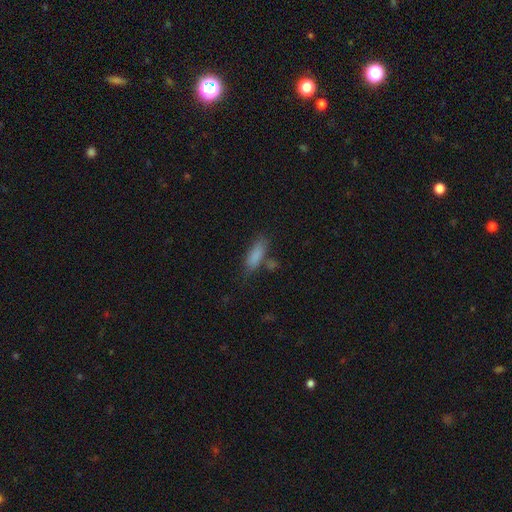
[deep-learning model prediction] Smooth or featured: smooth — 85% (star or artifact — 8%)
How rounded: in between — 54% (cigar-shaped — 43%)
Merging: none — 67% (minor disturbance — 18%)